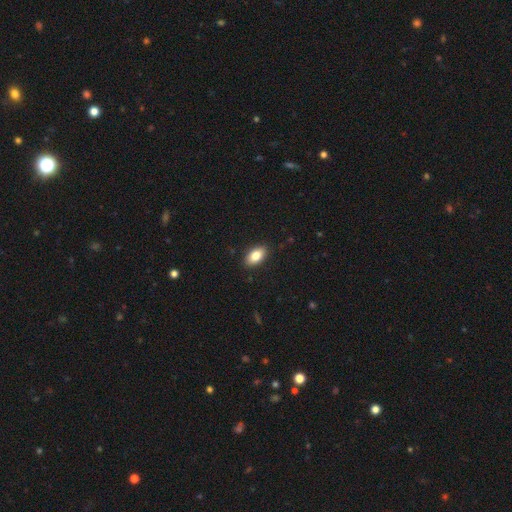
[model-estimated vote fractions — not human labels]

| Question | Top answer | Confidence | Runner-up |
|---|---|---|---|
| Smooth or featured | smooth | 83% | featured or disk (10%) |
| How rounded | in between | 91% | round (5%) |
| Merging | none | 89% | minor disturbance (8%) |